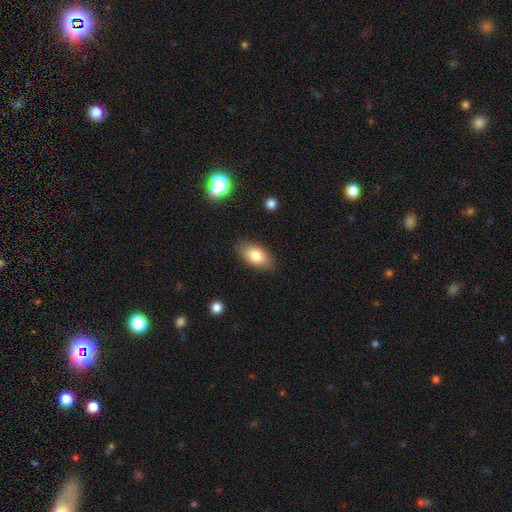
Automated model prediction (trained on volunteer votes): This appears to be a smooth galaxy with no disk features (82%) that is in between round and cigar-shaped (92%). Merging: none (85%).